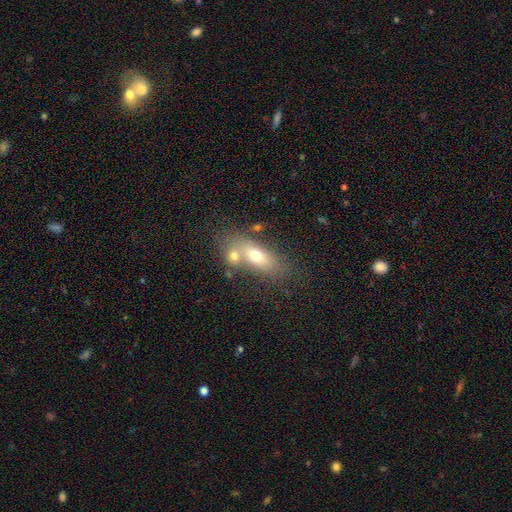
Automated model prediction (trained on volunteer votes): This appears to be a smooth galaxy with no disk features (62%) that is in between round and cigar-shaped (70%). Merging: none (42%).